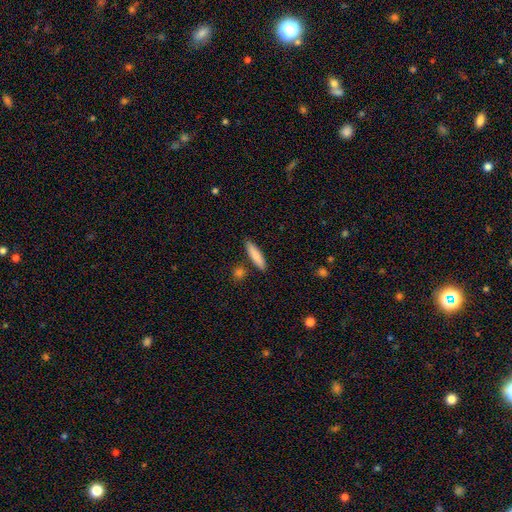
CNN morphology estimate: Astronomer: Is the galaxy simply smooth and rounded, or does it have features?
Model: smooth — 83%.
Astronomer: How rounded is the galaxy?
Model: cigar-shaped — 77%.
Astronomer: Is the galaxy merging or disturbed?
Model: none — 85%.